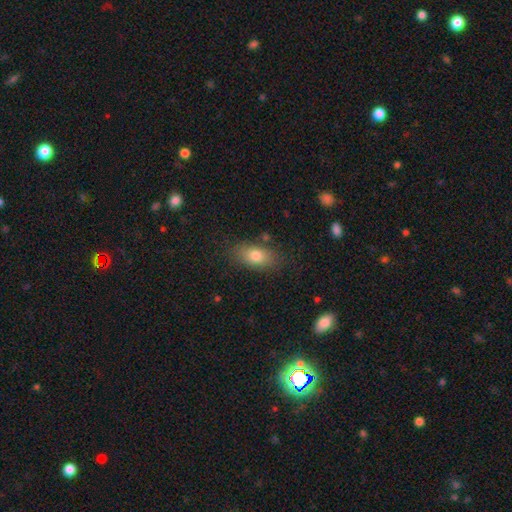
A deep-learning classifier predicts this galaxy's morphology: smooth-or-featured: smooth: 77% | featured or disk: 13% | star or artifact: 9%
  how-rounded: in between: 85% | round: 9% | cigar-shaped: 7%
  merging: none: 81% | minor disturbance: 13% | major disturbance: 4% | merger: 3%